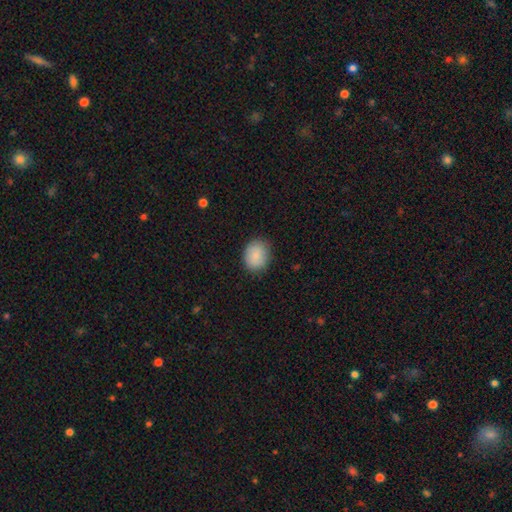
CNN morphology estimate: smooth 87%, star or artifact 7%, featured or disk 6%. Down the decision tree: how rounded — round (53%); merging — none (82%).